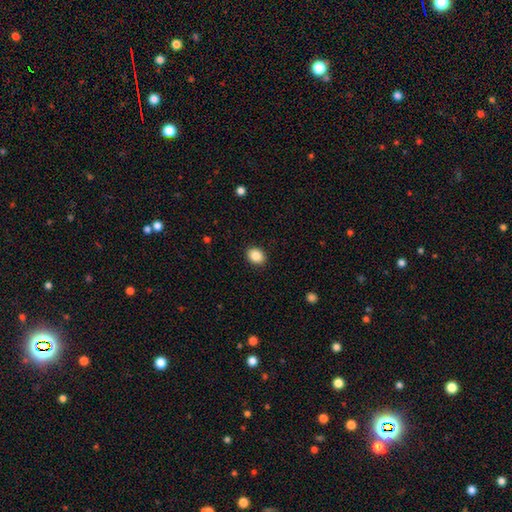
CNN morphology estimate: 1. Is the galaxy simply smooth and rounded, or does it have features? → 87% smooth, 9% star or artifact, 4% featured or disk.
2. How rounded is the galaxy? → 58% in between, 41% round, 1% cigar-shaped.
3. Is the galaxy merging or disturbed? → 90% none, 7% minor disturbance, 2% major disturbance, 1% merger.